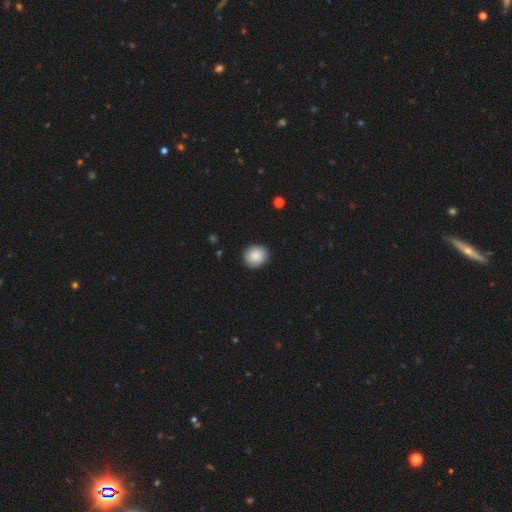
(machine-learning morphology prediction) smooth_or_featured: smooth (p=0.87) [alt: star or artifact p=0.07]
how_rounded: round (p=0.77) [alt: in between p=0.22]
merging: none (p=0.89) [alt: minor disturbance p=0.08]